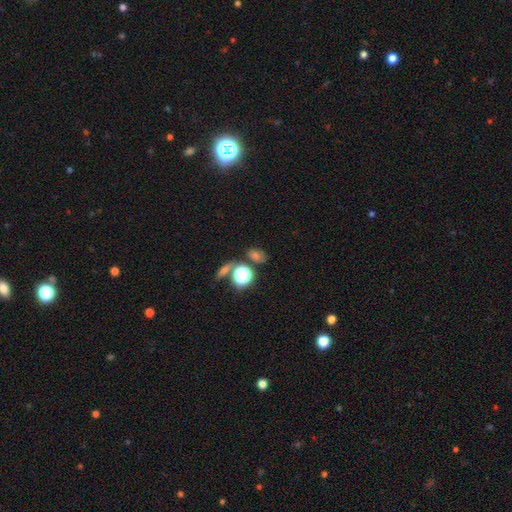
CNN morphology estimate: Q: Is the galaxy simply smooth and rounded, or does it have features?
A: smooth — 49%.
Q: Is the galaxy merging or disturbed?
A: none — 69%.